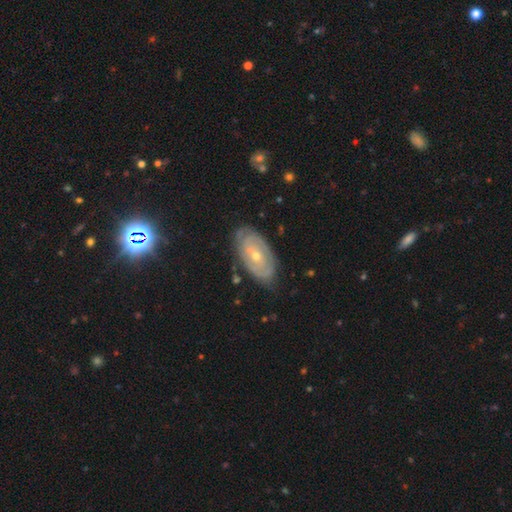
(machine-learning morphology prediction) The model was most divided on "spiral arm count": can't tell: 52%, 2: 30%, 3: 7%, 4: 4%, 1: 4%, more than 4: 3%. More confident: edge-on disk — no (92%); merging — none (79%); spiral arms — yes (76%); spiral winding — tight (75%); smooth or featured — featured or disk (75%); bar — no (66%); bulge size — small (61%).